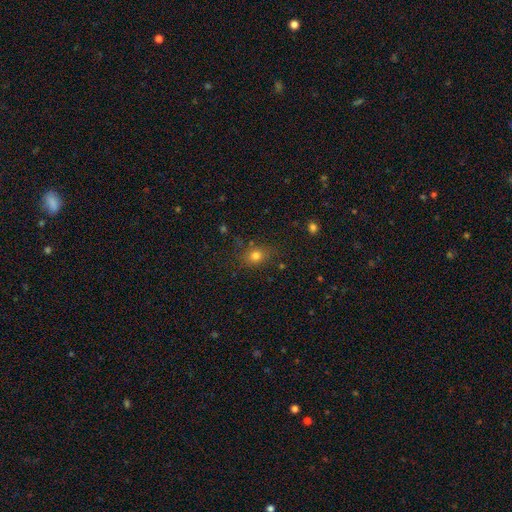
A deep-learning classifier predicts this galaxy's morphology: Smooth or featured?
  - smooth: 77% *
  - star or artifact: 15%
  - featured or disk: 9%
How rounded?
  - round: 54% *
  - in between: 44%
  - cigar-shaped: 2%
Merging?
  - none: 75% *
  - minor disturbance: 16%
  - major disturbance: 6%
  - merger: 3%